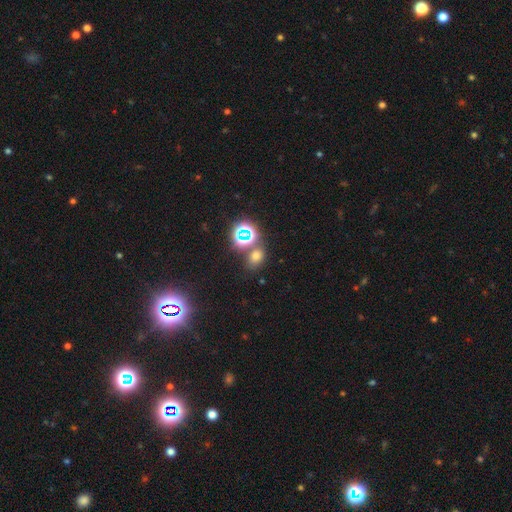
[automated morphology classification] Smooth or featured?
  - smooth: 61% *
  - star or artifact: 31%
  - featured or disk: 8%
How rounded?
  - in between: 58% *
  - round: 40%
  - cigar-shaped: 1%
Merging?
  - none: 69% *
  - merger: 16%
  - minor disturbance: 11%
  - major disturbance: 4%